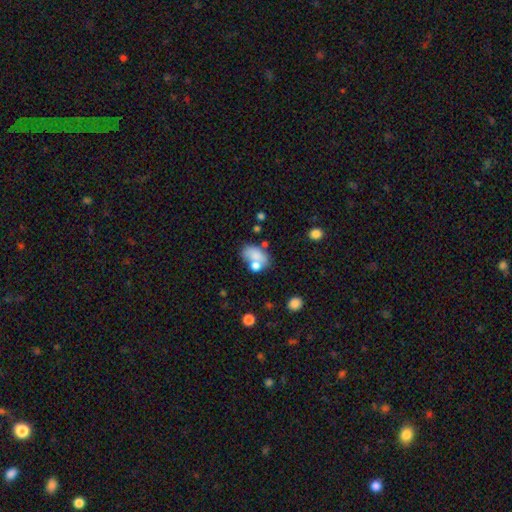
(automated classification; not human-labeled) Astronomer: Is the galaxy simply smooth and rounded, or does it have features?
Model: smooth — 75%.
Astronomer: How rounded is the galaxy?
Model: in between — 82%.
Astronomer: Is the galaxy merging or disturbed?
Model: none — 41% (runner-up: merger, 31%).